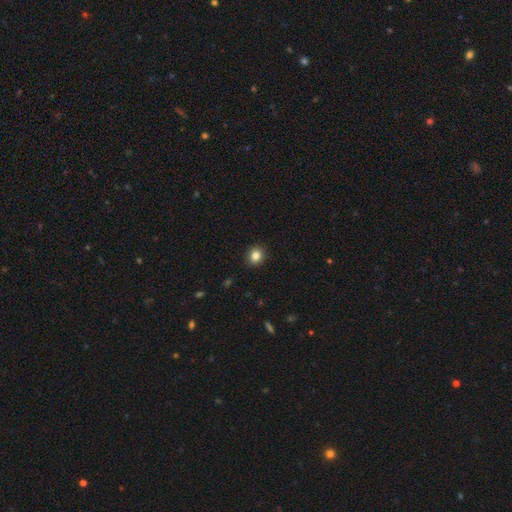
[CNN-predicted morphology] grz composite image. It shows a smooth galaxy with no disk features (83%) that is round (79%). Merging: none (91%).